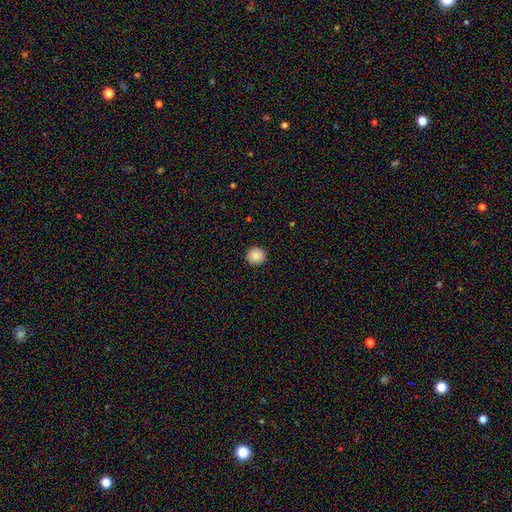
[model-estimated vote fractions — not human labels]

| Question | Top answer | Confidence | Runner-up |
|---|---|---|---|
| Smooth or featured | smooth | 87% | star or artifact (9%) |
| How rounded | round | 91% | in between (9%) |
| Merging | none | 92% | minor disturbance (6%) |